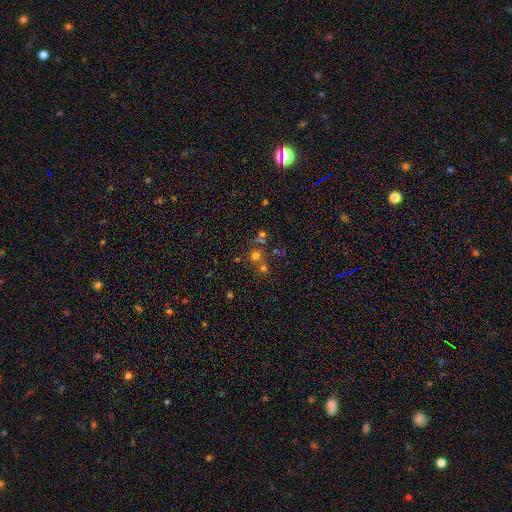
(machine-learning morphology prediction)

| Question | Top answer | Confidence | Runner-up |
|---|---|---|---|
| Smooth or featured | smooth | 61% | star or artifact (27%) |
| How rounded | round | 89% | in between (10%) |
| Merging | none | 58% | merger (30%) |